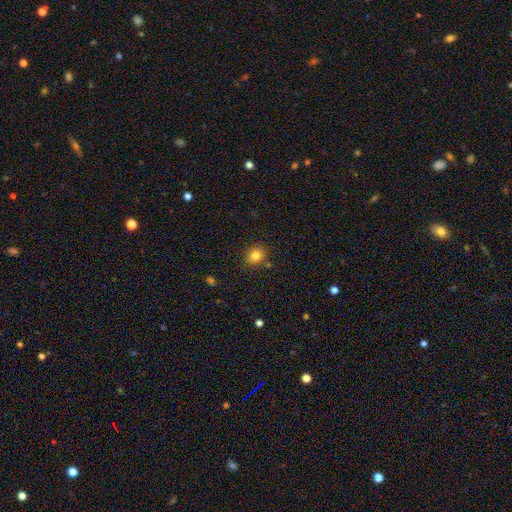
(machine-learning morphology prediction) Smooth or featured? smooth (81%)
How rounded? round (74%)
Merging? none (81%)